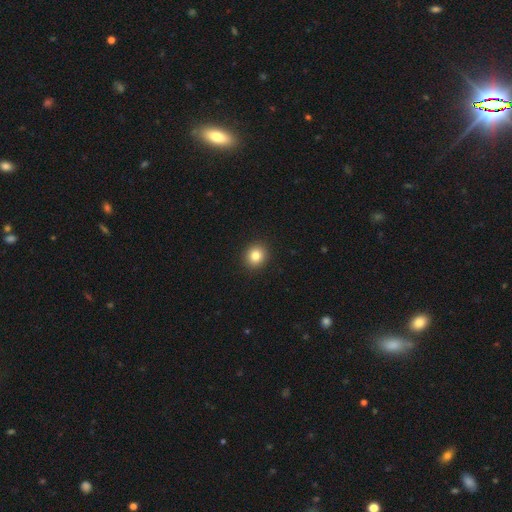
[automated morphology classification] A smooth galaxy with no disk features (83%) that is round (86%).

Vote fractions:
- Smooth or featured? smooth: 83% / star or artifact: 10% / featured or disk: 6%
- How rounded? round: 86% / in between: 13% / cigar-shaped: 1%
- Merging? none: 93% / minor disturbance: 5% / major disturbance: 2% / merger: 1%